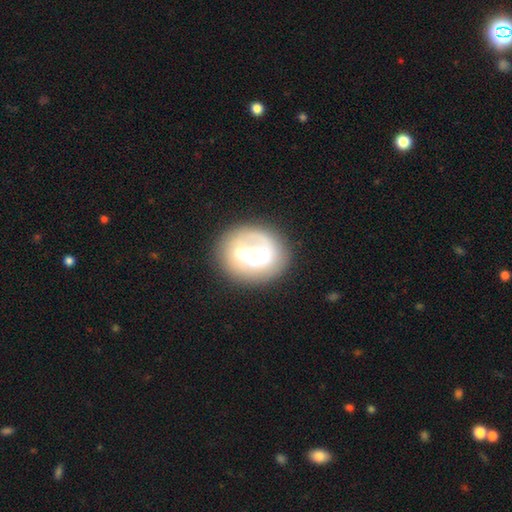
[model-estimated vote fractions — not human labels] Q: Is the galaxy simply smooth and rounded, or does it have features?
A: featured or disk — 52%.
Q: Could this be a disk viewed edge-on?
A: no — 97%.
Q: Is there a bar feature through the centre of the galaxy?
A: no — 48%.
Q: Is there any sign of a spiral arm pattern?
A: yes — 56%.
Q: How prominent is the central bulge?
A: moderate — 47%.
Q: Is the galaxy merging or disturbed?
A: none — 63%.